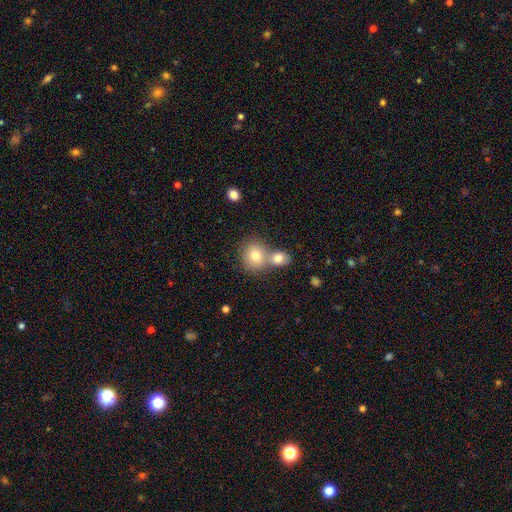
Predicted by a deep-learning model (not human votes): A smooth galaxy with no disk features (77%) that is round (75%). Merging: merger (49%).